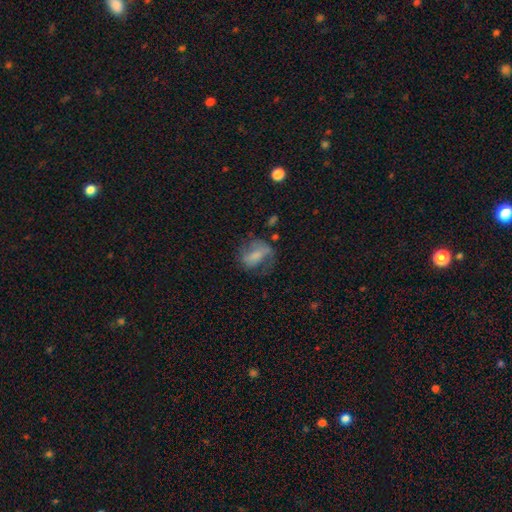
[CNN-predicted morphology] Overall: smooth (49%; featured or disk 41%). Merging: none (42%; major disturbance 30%).